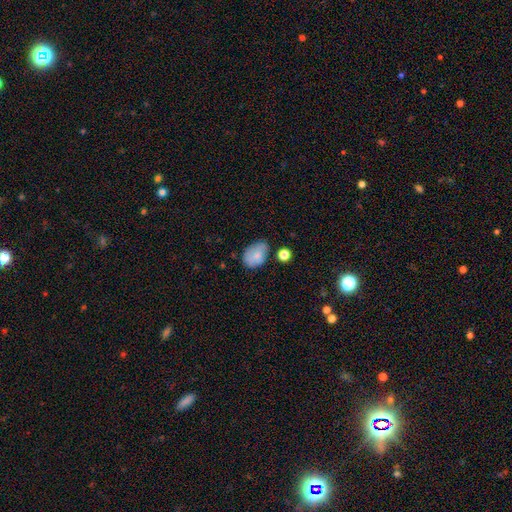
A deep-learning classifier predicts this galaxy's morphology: Smooth or featured?
  - smooth: 79% *
  - featured or disk: 13%
  - star or artifact: 8%
How rounded?
  - in between: 82% *
  - round: 17%
  - cigar-shaped: 1%
Merging?
  - none: 52% *
  - minor disturbance: 33%
  - major disturbance: 9%
  - merger: 6%